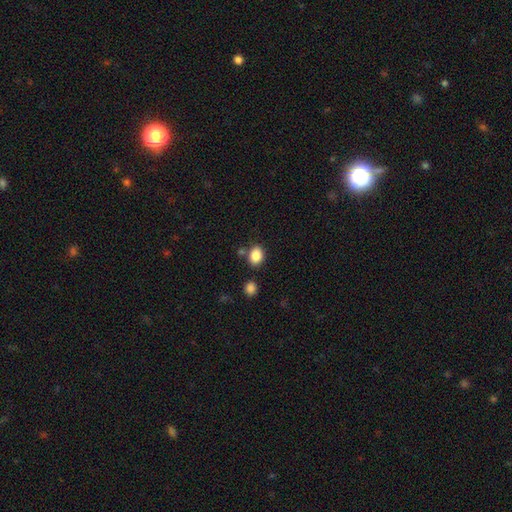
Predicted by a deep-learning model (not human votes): A smooth galaxy with no disk features (86%) that is in between round and cigar-shaped (65%).

Vote fractions:
- Smooth or featured? smooth: 86% / star or artifact: 9% / featured or disk: 5%
- How rounded? in between: 65% / round: 34% / cigar-shaped: 1%
- Merging? none: 77% / minor disturbance: 12% / merger: 8% / major disturbance: 3%